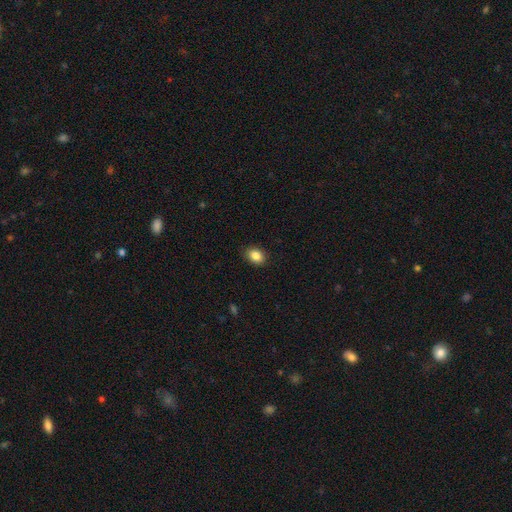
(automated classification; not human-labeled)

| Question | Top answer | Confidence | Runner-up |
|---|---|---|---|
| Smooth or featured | smooth | 86% | star or artifact (9%) |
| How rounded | in between | 69% | round (29%) |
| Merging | none | 88% | minor disturbance (9%) |